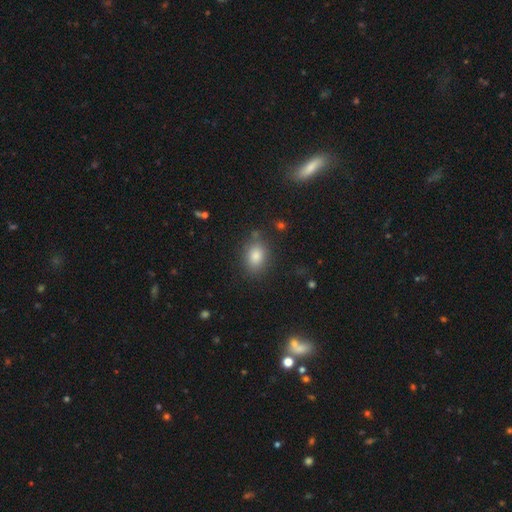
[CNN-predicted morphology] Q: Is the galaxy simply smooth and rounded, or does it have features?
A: smooth — 81%.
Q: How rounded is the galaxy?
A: in between — 74%.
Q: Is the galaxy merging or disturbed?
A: none — 82%.